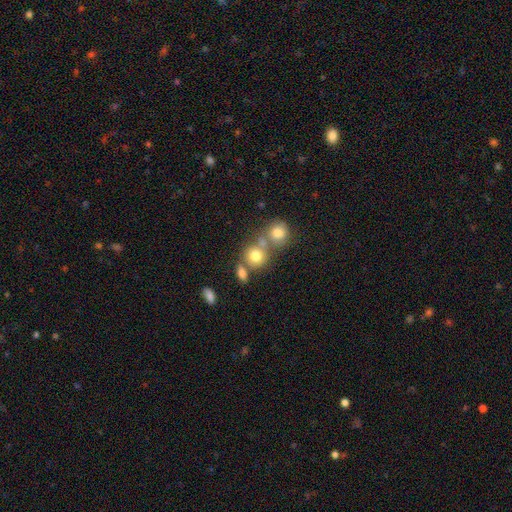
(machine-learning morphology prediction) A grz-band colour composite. It shows a smooth galaxy with no disk features (76%) that is round (79%). Merging: none (47%).